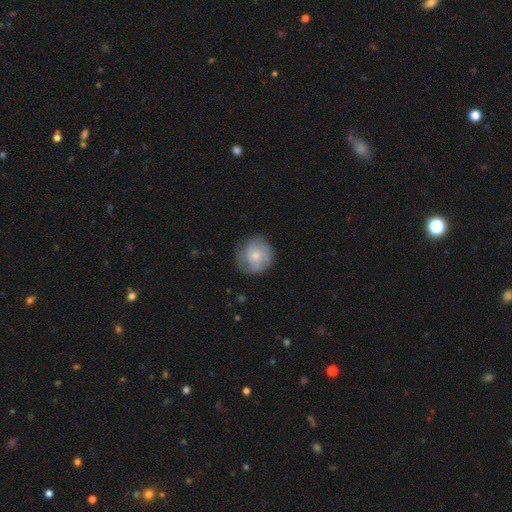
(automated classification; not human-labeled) This appears to be a smooth galaxy with no disk features (52%) that is round (89%). Merging: none (73%).